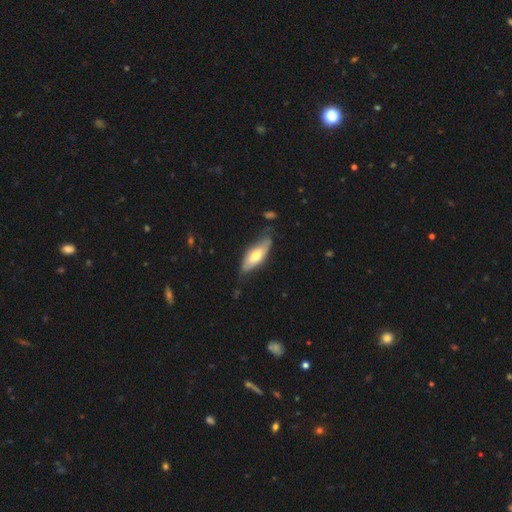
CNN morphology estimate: type=smooth (59%); roundness=in between (69%); merging=none (64%).